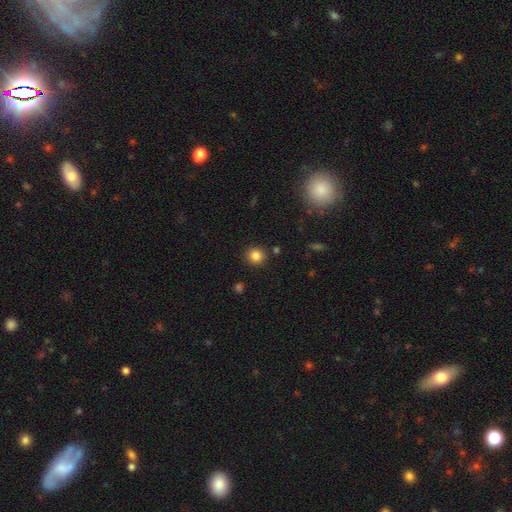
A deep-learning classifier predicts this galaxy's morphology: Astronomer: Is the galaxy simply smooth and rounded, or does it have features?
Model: smooth — 84%.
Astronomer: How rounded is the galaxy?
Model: round — 91%.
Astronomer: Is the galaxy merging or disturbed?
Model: none — 88%.